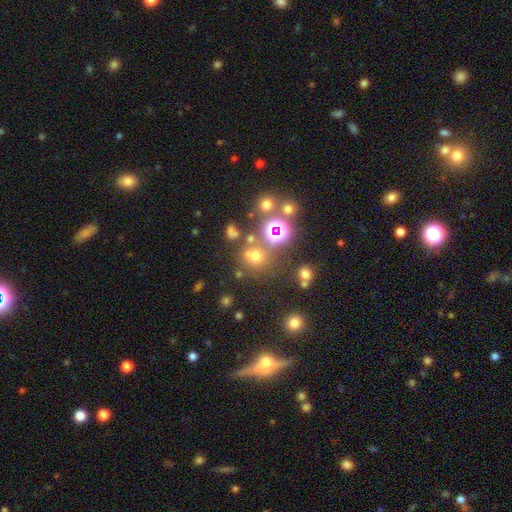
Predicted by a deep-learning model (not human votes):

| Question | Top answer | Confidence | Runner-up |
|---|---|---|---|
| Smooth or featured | smooth | 56% | star or artifact (33%) |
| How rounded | round | 86% | in between (13%) |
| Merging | none | 65% | merger (18%) |